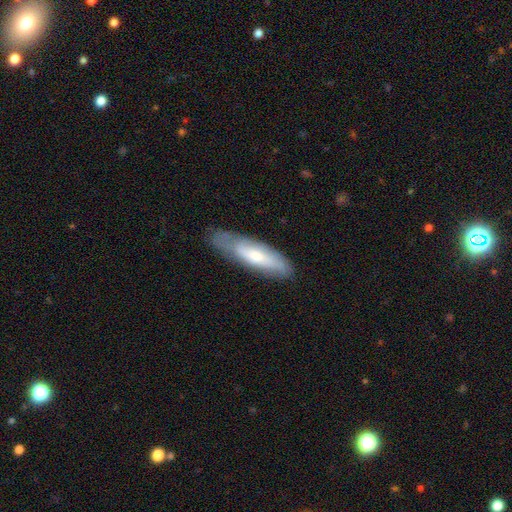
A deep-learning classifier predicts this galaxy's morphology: smooth_or_featured: smooth (p=0.54) [alt: featured or disk p=0.40]
how_rounded: cigar-shaped (p=0.55) [alt: in between p=0.43]
merging: none (p=0.66) [alt: minor disturbance p=0.25]